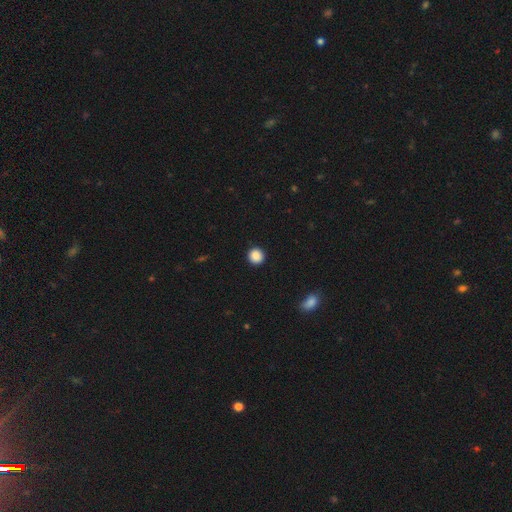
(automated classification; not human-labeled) Smooth or featured? Predicted: smooth (p=0.88). How rounded? Predicted: round (p=0.94). Merging? Predicted: none (p=0.92).